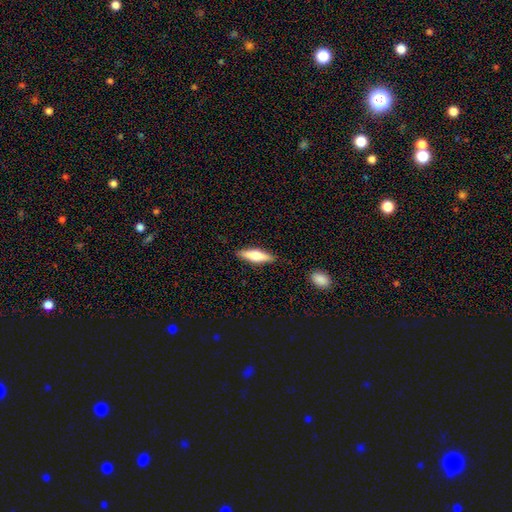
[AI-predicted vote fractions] smooth-or-featured: smooth: 58% | featured or disk: 37% | star or artifact: 6%
  how-rounded: cigar-shaped: 65% | in between: 33% | round: 2%
  merging: none: 87% | minor disturbance: 9% | major disturbance: 2% | merger: 2%